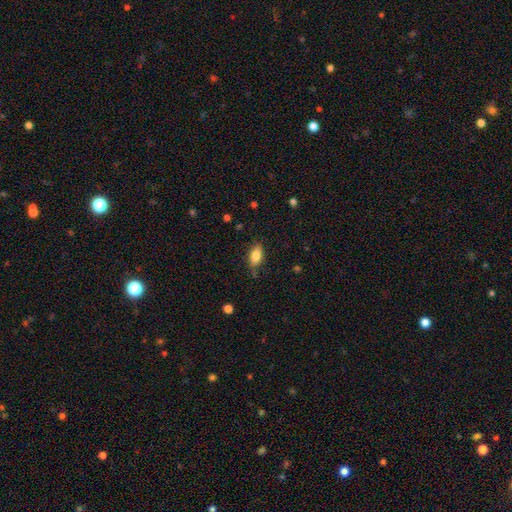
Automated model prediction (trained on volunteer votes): smooth 81%, featured or disk 12%, star or artifact 7%. Down the decision tree: how rounded — in between (88%); merging — none (74%).